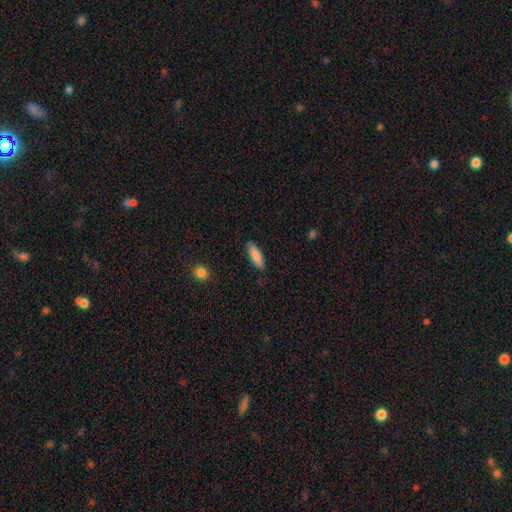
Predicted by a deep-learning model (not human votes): smooth_or_featured: smooth (p=0.86) [alt: featured or disk p=0.08]
how_rounded: cigar-shaped (p=0.52) [alt: in between p=0.46]
merging: none (p=0.87) [alt: minor disturbance p=0.10]